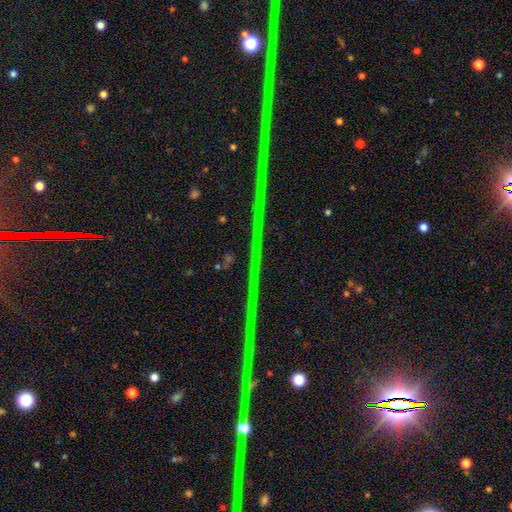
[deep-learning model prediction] A star or artifact, not a galaxy (88%).

Vote fractions:
- Smooth or featured? star or artifact: 88% / featured or disk: 7% / smooth: 5%